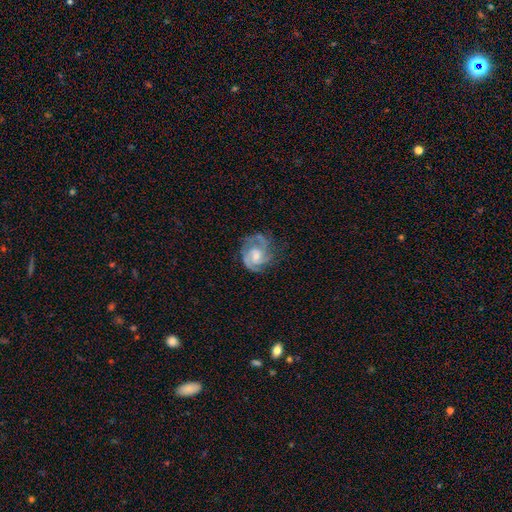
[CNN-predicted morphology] Smooth or featured? Predicted: featured or disk (p=0.85). Edge-on disk? Predicted: no (p=0.98). Bar? Predicted: no (p=0.53). Spiral arms? Predicted: yes (p=0.96). Spiral winding? Predicted: tight (p=0.51). Spiral arm count? Predicted: 2 (p=0.42). Bulge size? Predicted: moderate (p=0.51). Merging? Predicted: none (p=0.61).